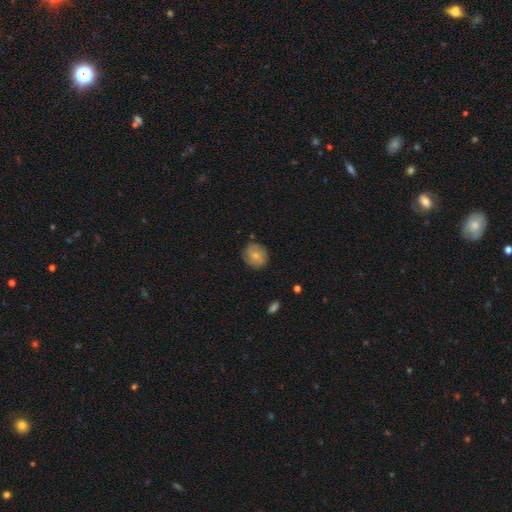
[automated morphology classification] Overall: smooth (69%). How rounded: round (80%). Merging: none (80%).